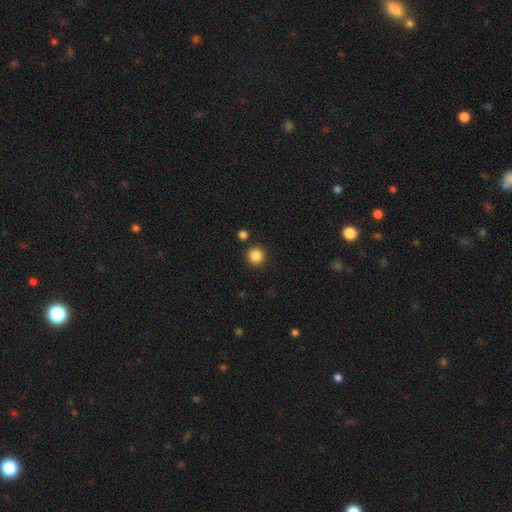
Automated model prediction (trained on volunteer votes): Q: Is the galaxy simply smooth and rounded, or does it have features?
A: smooth — 86%.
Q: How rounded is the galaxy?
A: round — 94%.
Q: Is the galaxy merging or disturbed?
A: none — 89%.